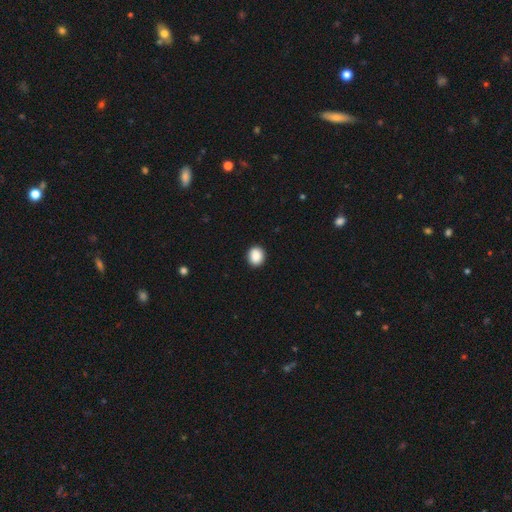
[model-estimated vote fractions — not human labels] Morphology: type=smooth (89%); roundness=round (74%); merging=none (91%).